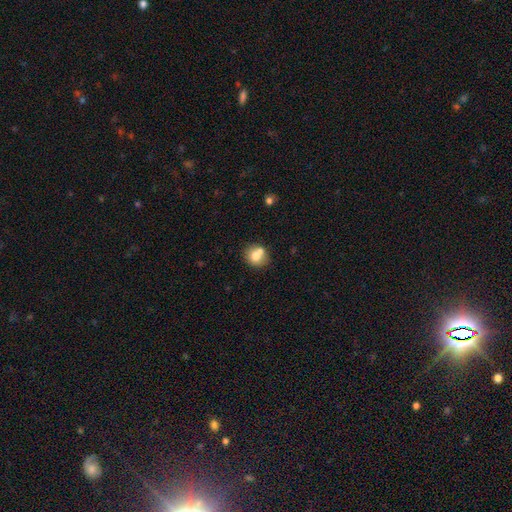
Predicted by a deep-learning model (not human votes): Smooth or featured?
  - smooth: 72% *
  - featured or disk: 17%
  - star or artifact: 10%
How rounded?
  - round: 80% *
  - in between: 19%
  - cigar-shaped: 1%
Merging?
  - none: 56% *
  - merger: 30%
  - minor disturbance: 11%
  - major disturbance: 3%